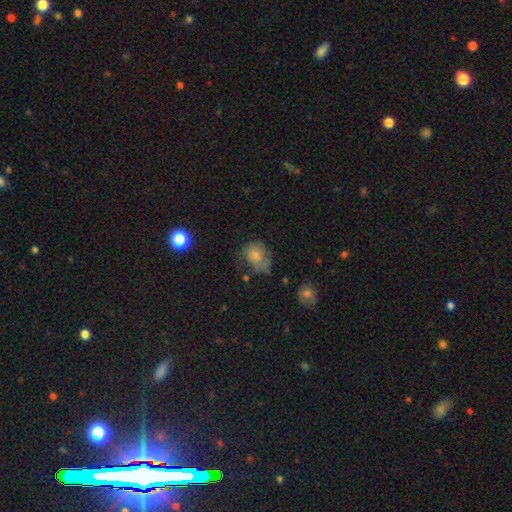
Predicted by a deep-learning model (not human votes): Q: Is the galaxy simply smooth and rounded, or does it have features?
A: smooth — 62%.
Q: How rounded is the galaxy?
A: round — 53%.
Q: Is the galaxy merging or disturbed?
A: none — 39%.